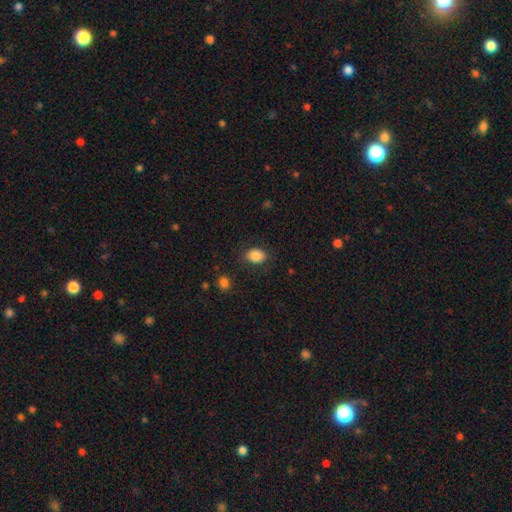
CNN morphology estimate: Smooth or featured? smooth (86%)
How rounded? in between (72%)
Merging? none (82%)